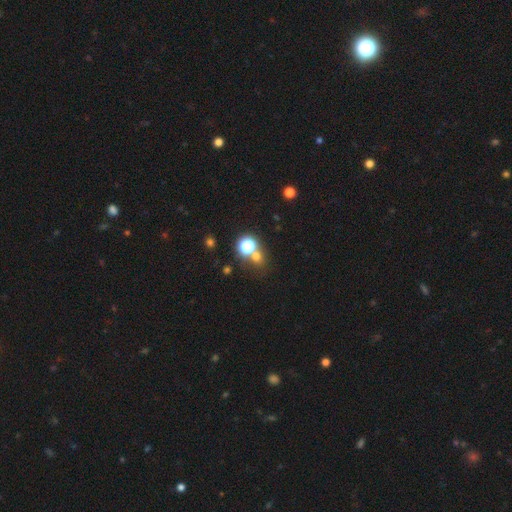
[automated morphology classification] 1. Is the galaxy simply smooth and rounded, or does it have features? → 60% smooth, 32% star or artifact, 9% featured or disk.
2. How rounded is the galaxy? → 82% round, 17% in between, 1% cigar-shaped.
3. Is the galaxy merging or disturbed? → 60% none, 27% merger, 8% minor disturbance, 4% major disturbance.